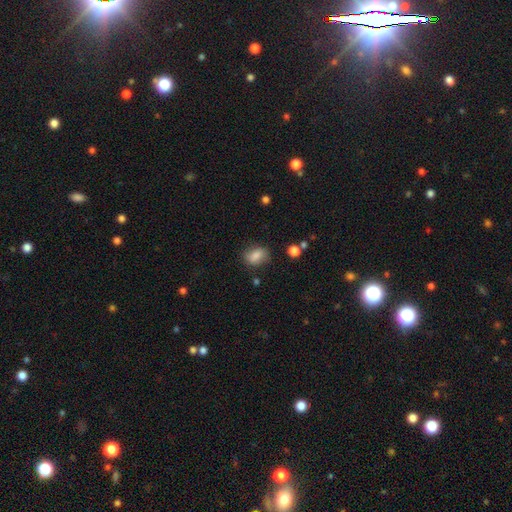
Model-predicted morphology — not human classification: Overall: smooth (81%). How rounded: in between (68%; round 30%). Merging: none (76%).